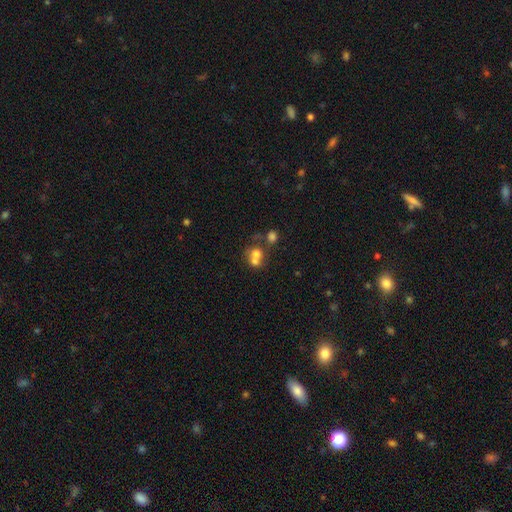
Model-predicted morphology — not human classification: A smooth galaxy with no disk features (67%) that is round (74%). Merging: merger (61%).